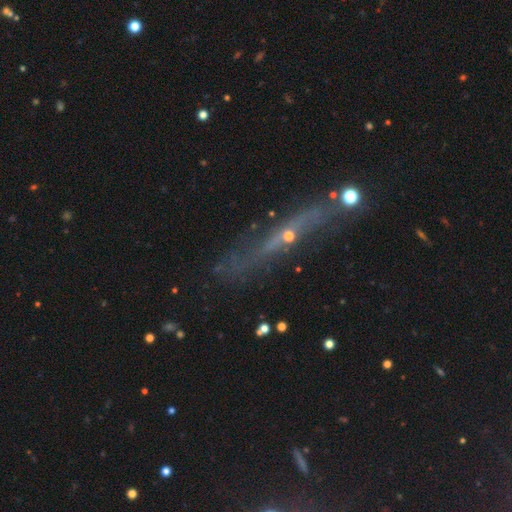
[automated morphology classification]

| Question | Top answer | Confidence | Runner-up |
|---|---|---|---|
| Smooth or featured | featured or disk | 59% | smooth (22%) |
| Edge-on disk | yes | 69% | no (31%) |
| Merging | none | 67% | minor disturbance (17%) |